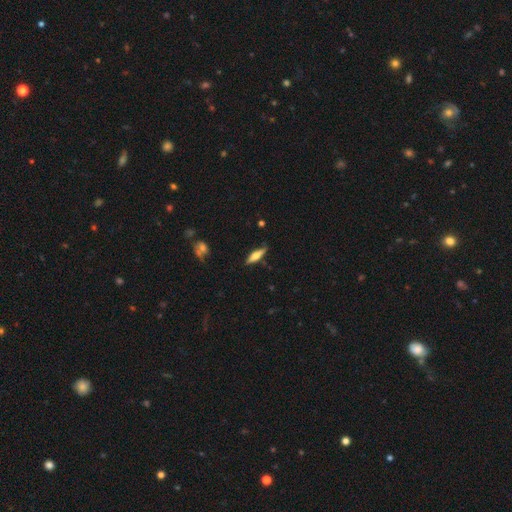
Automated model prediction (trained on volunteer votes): Morphology: type=smooth (48%); merging=none (82%).